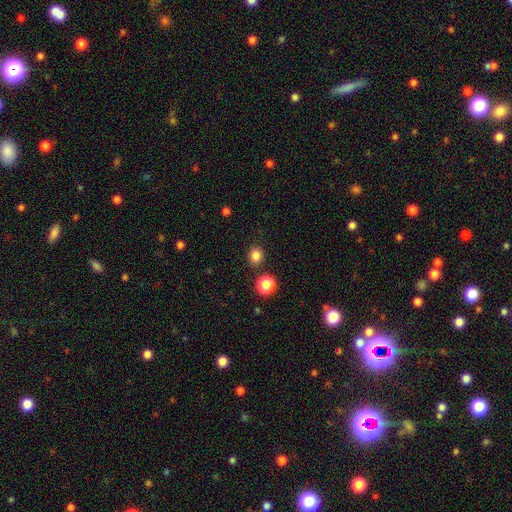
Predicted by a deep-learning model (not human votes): Overall: smooth (82%). How rounded: round (83%). Merging: none (87%).